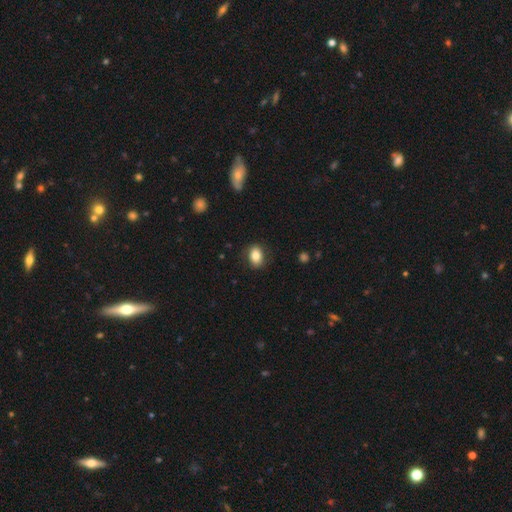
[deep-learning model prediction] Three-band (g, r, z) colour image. It shows a smooth galaxy with no disk features (82%) that is in between round and cigar-shaped (75%). Merging: none (84%).